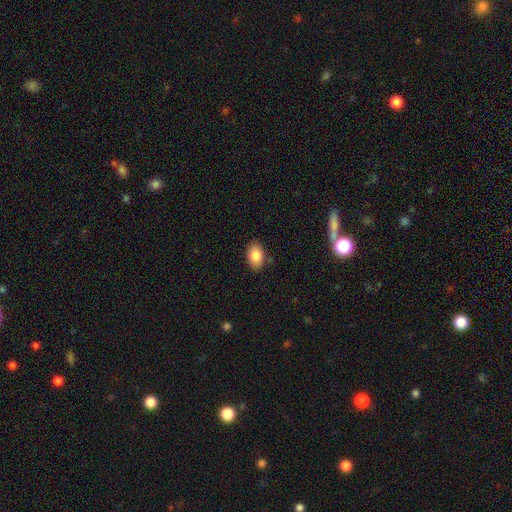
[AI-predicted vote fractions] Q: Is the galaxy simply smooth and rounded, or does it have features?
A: smooth — 85%.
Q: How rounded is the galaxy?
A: in between — 87%.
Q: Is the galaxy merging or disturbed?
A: none — 84%.